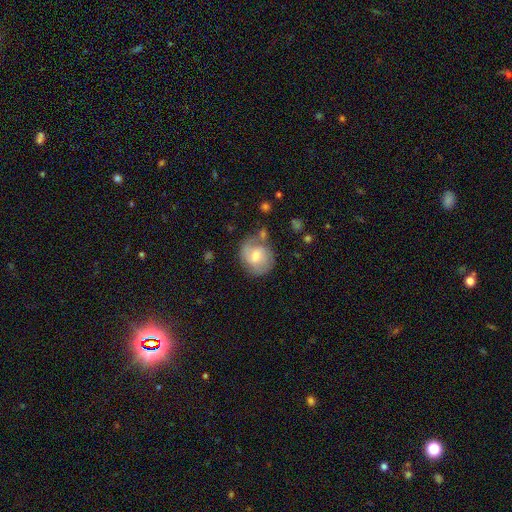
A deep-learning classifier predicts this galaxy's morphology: smooth_or_featured: smooth (p=0.50) [alt: featured or disk p=0.43]
merging: none (p=0.57) [alt: minor disturbance p=0.23]